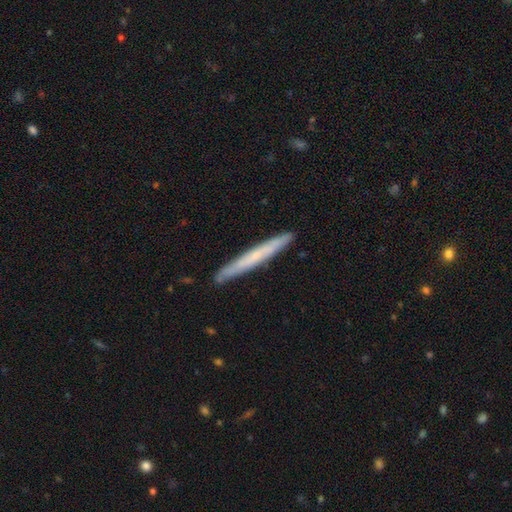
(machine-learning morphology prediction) smooth 50%, featured or disk 44%, star or artifact 6%. Down the decision tree: how rounded — cigar-shaped (97%); merging — none (91%).